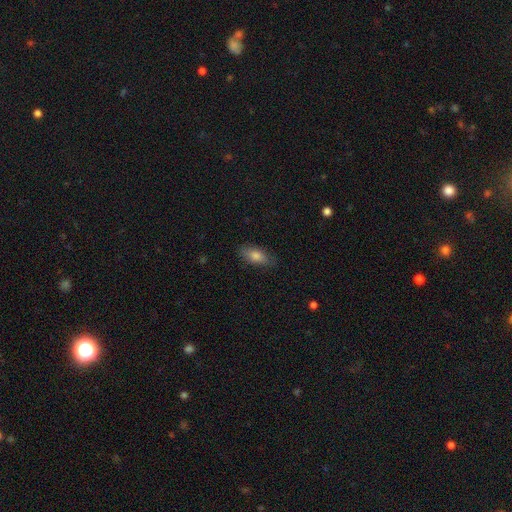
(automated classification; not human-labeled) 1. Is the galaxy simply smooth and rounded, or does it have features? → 78% smooth, 14% featured or disk, 8% star or artifact.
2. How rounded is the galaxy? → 81% in between, 15% cigar-shaped, 3% round.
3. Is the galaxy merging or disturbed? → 83% none, 14% minor disturbance, 3% major disturbance, 1% merger.